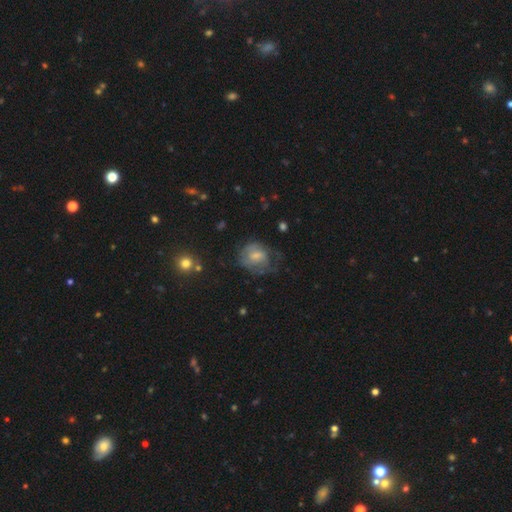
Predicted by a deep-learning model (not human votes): Overall: featured or disk (46%; smooth 45%). Merging: none (45%; minor disturbance 27%).